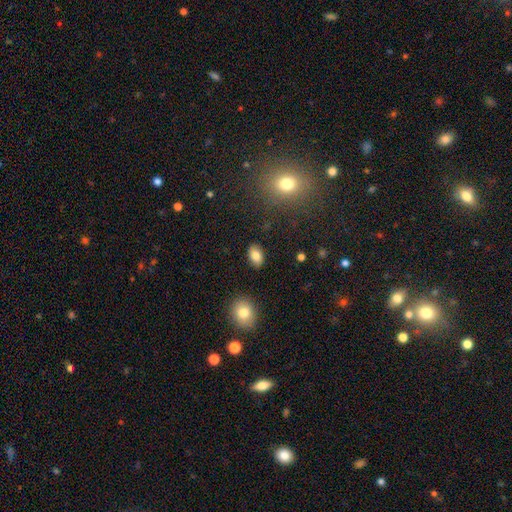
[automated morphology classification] This is clearly a smooth galaxy (82%). How rounded: clearly in between (87%). Merging: clearly none (87%).